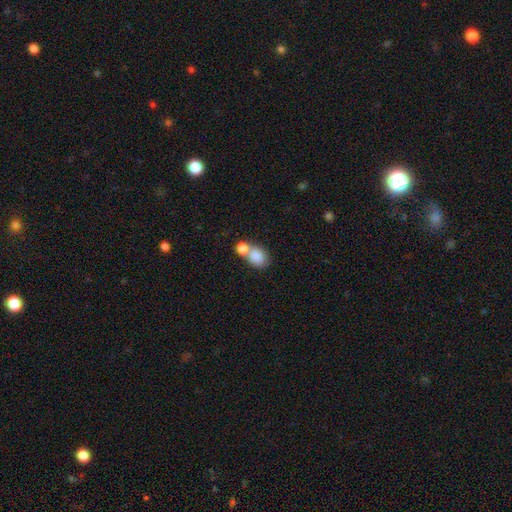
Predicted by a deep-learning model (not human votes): smooth_or_featured: smooth (p=0.83) [alt: featured or disk p=0.10]
how_rounded: in between (p=0.58) [alt: round p=0.40]
merging: merger (p=0.58) [alt: none p=0.29]